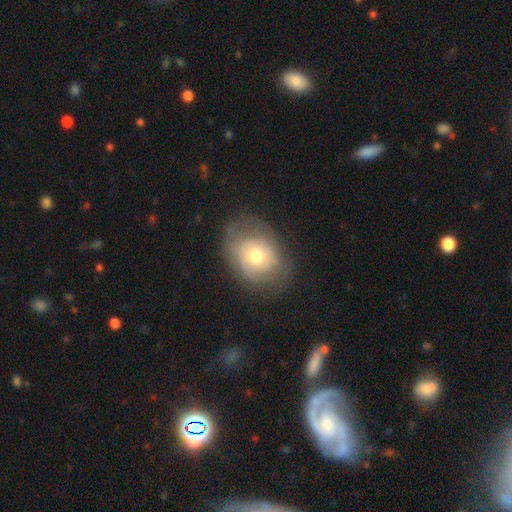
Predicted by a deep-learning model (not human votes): Morphology: type=smooth (52%); roundness=in between (59%); merging=none (62%).